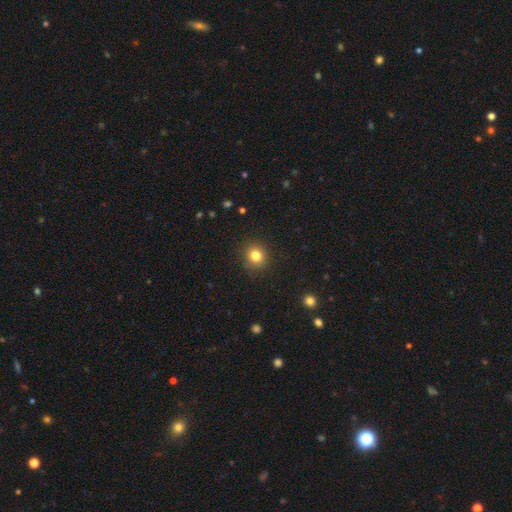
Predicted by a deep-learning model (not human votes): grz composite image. It shows a smooth galaxy with no disk features (81%) that is round (88%). Merging: none (90%).